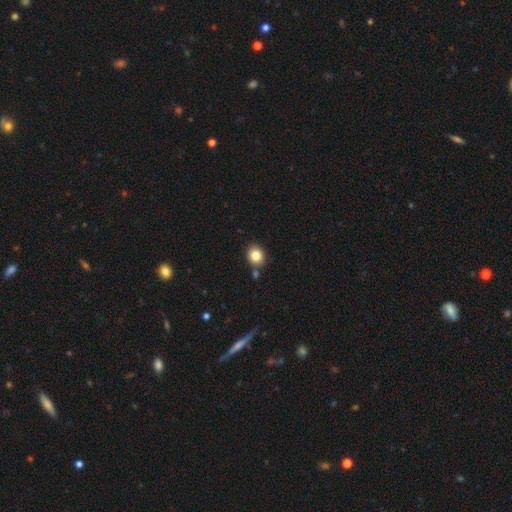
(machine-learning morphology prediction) Q: Smooth or featured?
A: smooth (83%); runner-up: star or artifact (10%)
Q: How rounded?
A: round (63%); runner-up: in between (37%)
Q: Merging?
A: none (78%); runner-up: minor disturbance (11%)